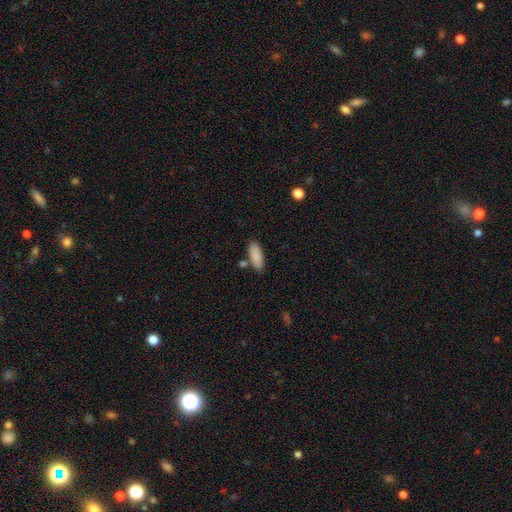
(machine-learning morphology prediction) The model was most divided on "merging": none: 76%, minor disturbance: 13%, merger: 9%, major disturbance: 3%. More confident: smooth or featured — smooth (88%); how rounded — in between (83%).